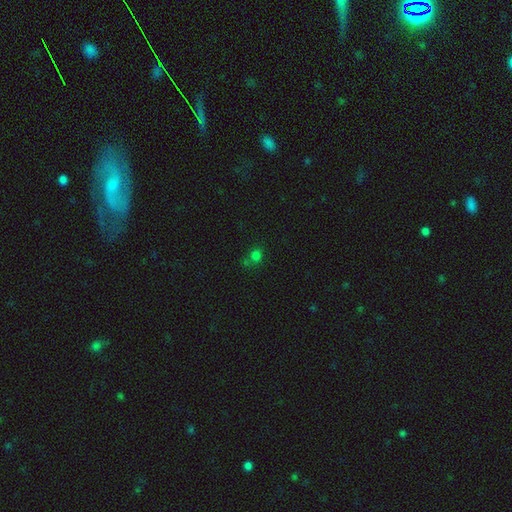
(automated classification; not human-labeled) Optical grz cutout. It shows a smooth galaxy with no disk features (65%) that is round (75%). Merging: none (59%).